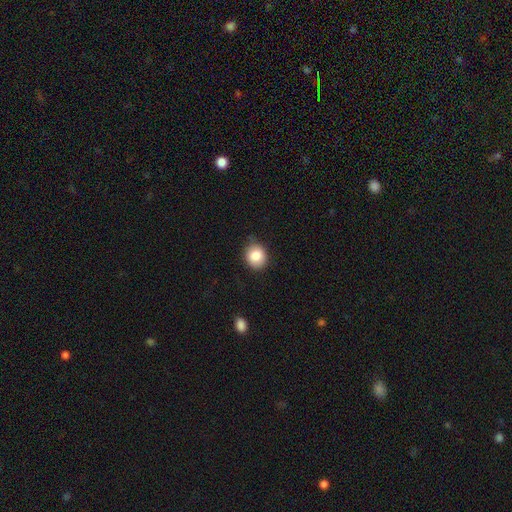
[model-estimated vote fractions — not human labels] This is clearly a smooth galaxy (85%). How rounded: likely round (73%). Merging: likely none (79%).